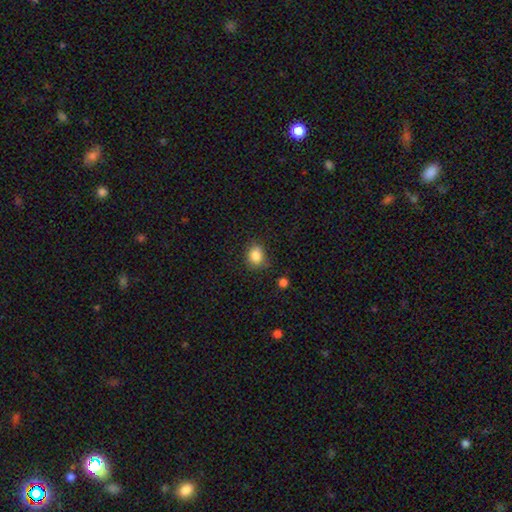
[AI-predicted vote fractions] The model was most divided on "how rounded": round: 64%, in between: 35%, cigar-shaped: 1%. More confident: smooth or featured — smooth (84%); merging — none (75%).